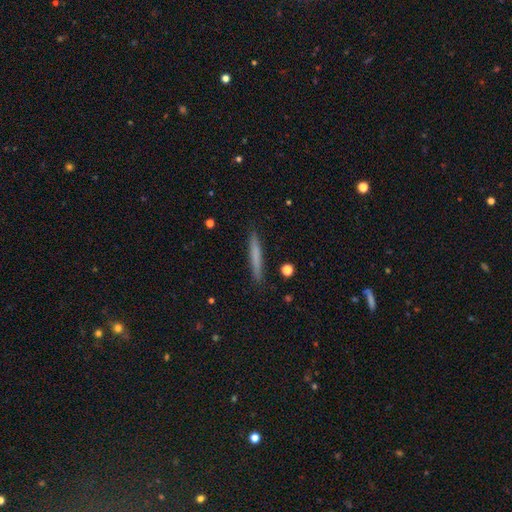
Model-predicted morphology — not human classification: This is likely a smooth galaxy (70%). How rounded: clearly cigar-shaped (96%). Merging: clearly none (90%).